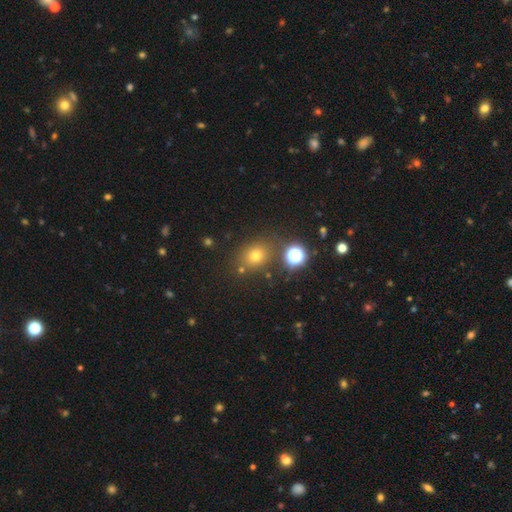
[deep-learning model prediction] smooth 64%, star or artifact 26%, featured or disk 9%. Down the decision tree: how rounded — round (64%); merging — none (78%).